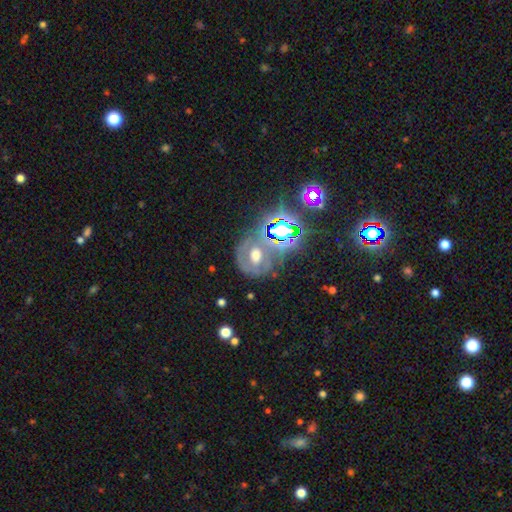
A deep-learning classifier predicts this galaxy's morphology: Q: Smooth or featured?
A: featured or disk (49%); runner-up: smooth (26%)
Q: Merging?
A: none (61%); runner-up: minor disturbance (18%)